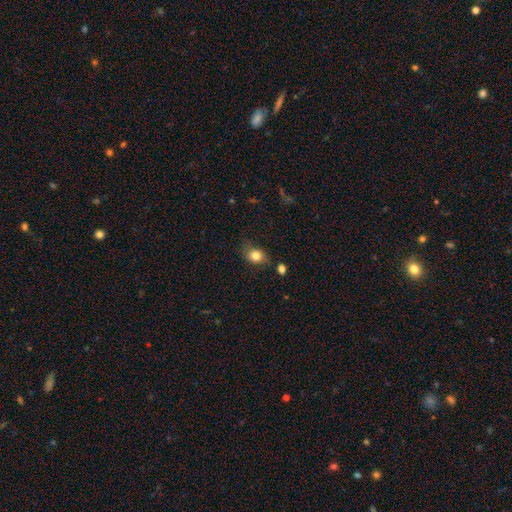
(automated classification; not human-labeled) This appears to be a smooth galaxy with no disk features (81%) that is in between round and cigar-shaped (54%). Merging: none (69%).